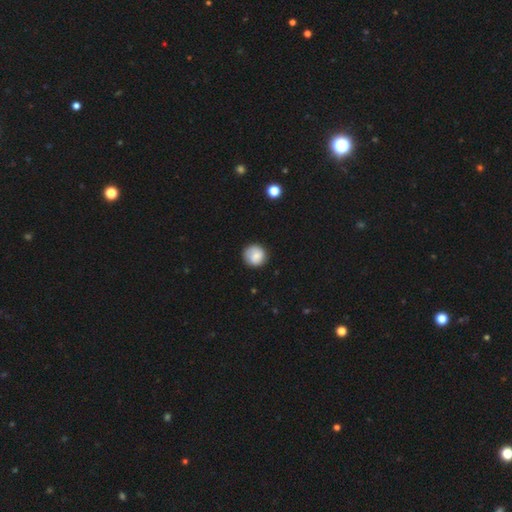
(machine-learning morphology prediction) smooth-or-featured: smooth: 79% | featured or disk: 14% | star or artifact: 7%
  how-rounded: round: 93% | in between: 6% | cigar-shaped: 1%
  merging: none: 84% | minor disturbance: 12% | major disturbance: 3% | merger: 1%